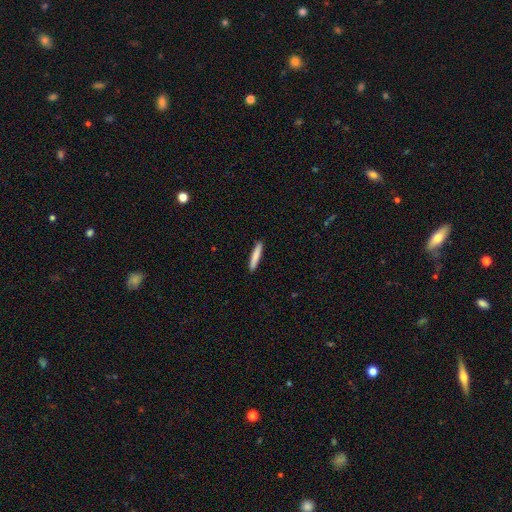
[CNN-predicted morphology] smooth 82%, featured or disk 13%, star or artifact 6%. Down the decision tree: how rounded — cigar-shaped (94%); merging — none (92%).